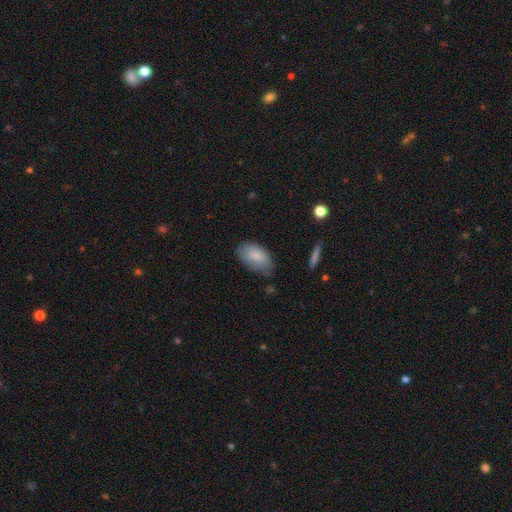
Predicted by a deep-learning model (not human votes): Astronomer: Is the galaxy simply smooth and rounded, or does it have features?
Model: smooth — 84%.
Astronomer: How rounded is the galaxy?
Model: in between — 94%.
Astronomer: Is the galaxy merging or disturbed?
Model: none — 65%.